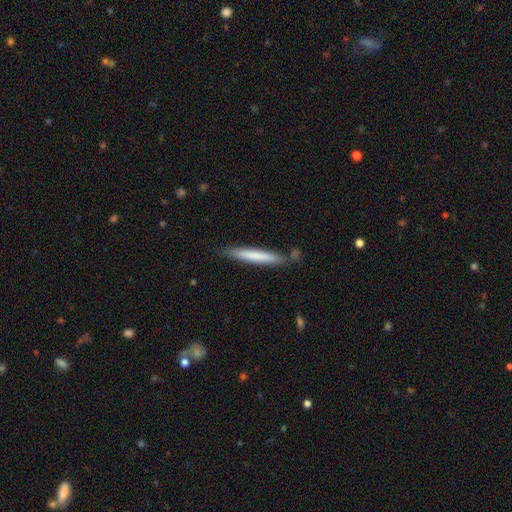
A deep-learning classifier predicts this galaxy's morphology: A smooth galaxy with no disk features (71%) that is cigar-shaped (96%).

Vote fractions:
- Smooth or featured? smooth: 71% / featured or disk: 23% / star or artifact: 5%
- How rounded? cigar-shaped: 96% / in between: 3% / round: 1%
- Merging? none: 83% / minor disturbance: 12% / merger: 3% / major disturbance: 2%